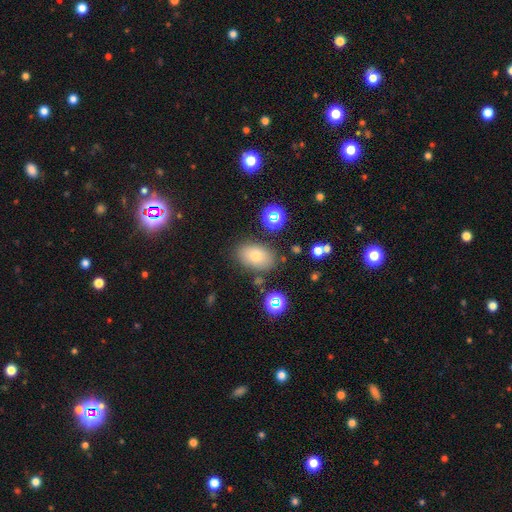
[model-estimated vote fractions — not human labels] Smooth or featured: smooth — 74% (featured or disk — 14%)
How rounded: in between — 84% (round — 14%)
Merging: none — 81% (minor disturbance — 12%)